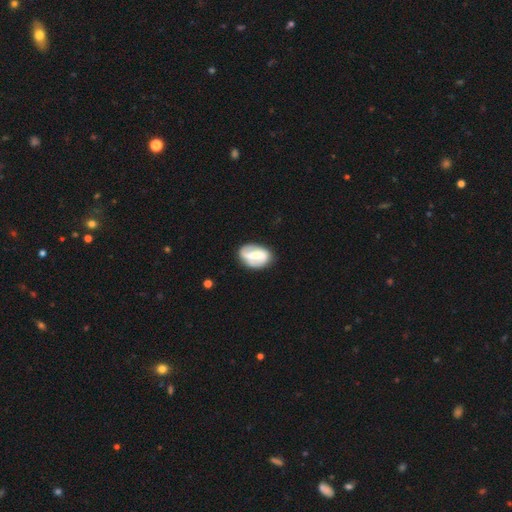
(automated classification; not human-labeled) Smooth or featured?
  - featured or disk: 48% *
  - smooth: 45%
  - star or artifact: 7%
Merging?
  - none: 66% *
  - minor disturbance: 23%
  - major disturbance: 8%
  - merger: 3%